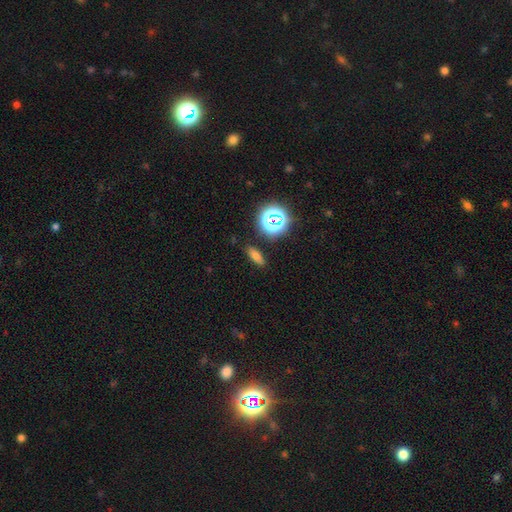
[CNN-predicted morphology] A smooth galaxy with no disk features (66%) that is in between round and cigar-shaped (57%).

Vote fractions:
- Smooth or featured? smooth: 66% / star or artifact: 23% / featured or disk: 11%
- How rounded? in between: 57% / cigar-shaped: 33% / round: 11%
- Merging? none: 86% / minor disturbance: 9% / major disturbance: 3% / merger: 2%